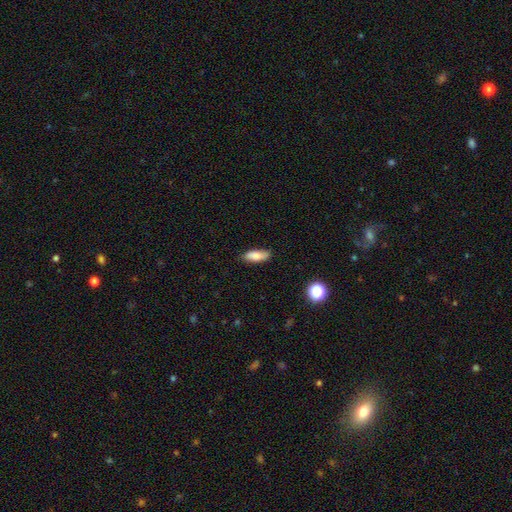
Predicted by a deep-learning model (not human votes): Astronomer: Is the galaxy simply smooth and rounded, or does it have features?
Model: smooth — 84%.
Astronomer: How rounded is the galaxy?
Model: in between — 69%.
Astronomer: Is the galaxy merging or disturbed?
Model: none — 83%.